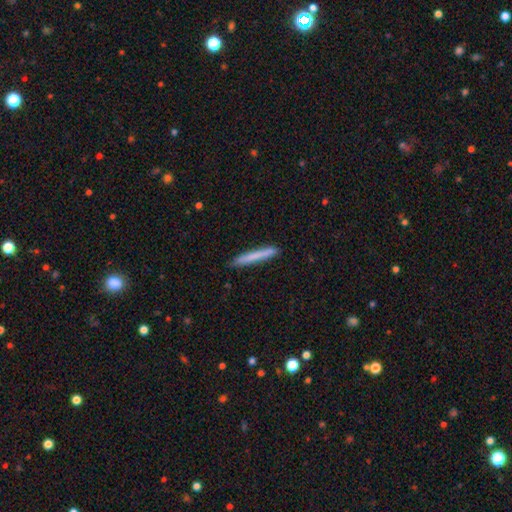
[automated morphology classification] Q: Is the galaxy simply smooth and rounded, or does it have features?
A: smooth — 73%.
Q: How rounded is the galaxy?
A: cigar-shaped — 97%.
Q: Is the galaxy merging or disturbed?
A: none — 89%.